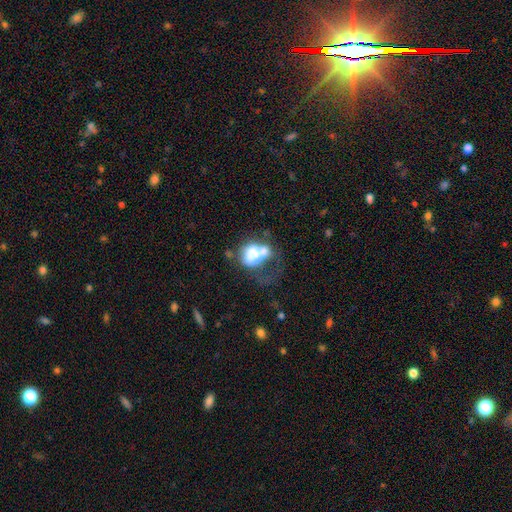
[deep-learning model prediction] Morphology: type=smooth (50%); roundness=in between (66%); merging=merger (46%).